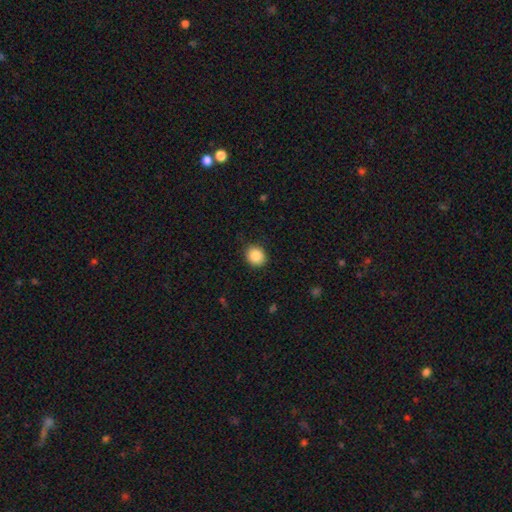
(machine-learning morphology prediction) smooth-or-featured: smooth: 87% | star or artifact: 9% | featured or disk: 4%
  how-rounded: round: 68% | in between: 31% | cigar-shaped: 1%
  merging: none: 88% | minor disturbance: 9% | major disturbance: 2% | merger: 1%